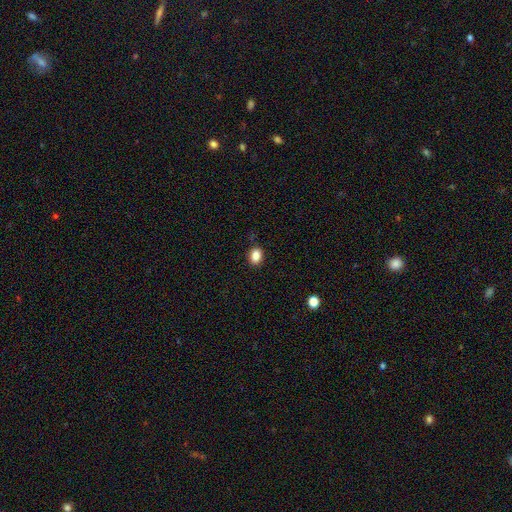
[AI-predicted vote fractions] smooth_or_featured: smooth (p=0.86) [alt: star or artifact p=0.10]
how_rounded: in between (p=0.68) [alt: round p=0.31]
merging: none (p=0.85) [alt: minor disturbance p=0.11]